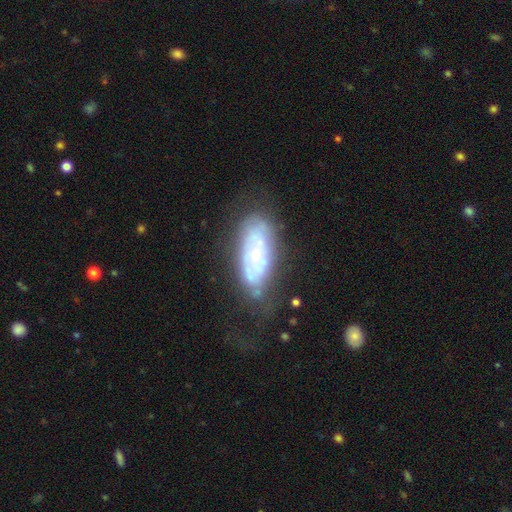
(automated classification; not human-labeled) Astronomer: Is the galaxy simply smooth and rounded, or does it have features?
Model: featured or disk — 70%.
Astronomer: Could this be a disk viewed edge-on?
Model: no — 90%.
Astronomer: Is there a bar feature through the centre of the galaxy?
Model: no — 84%.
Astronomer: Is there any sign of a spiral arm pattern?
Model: yes — 58% (runner-up: no, 42%).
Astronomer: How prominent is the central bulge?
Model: small — 68%.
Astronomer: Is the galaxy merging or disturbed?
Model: none — 55%.